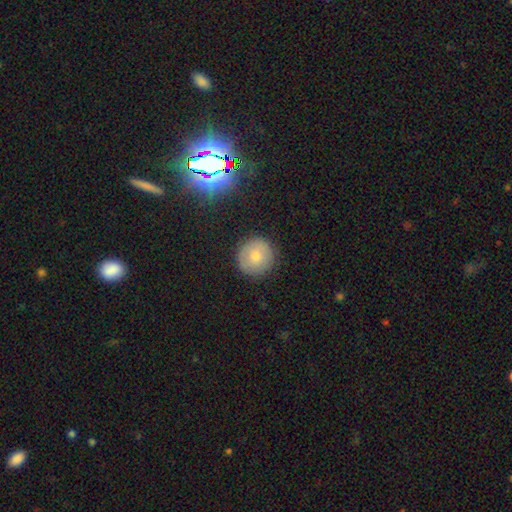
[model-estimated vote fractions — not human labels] The model was most divided on "smooth or featured": smooth: 76%, featured or disk: 16%, star or artifact: 9%. More confident: how rounded — round (94%); merging — none (88%).